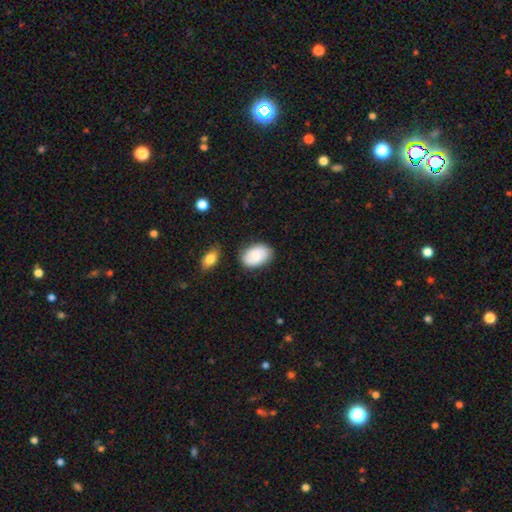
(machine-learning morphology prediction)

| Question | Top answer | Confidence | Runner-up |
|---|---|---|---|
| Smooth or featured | smooth | 74% | featured or disk (19%) |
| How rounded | in between | 87% | round (11%) |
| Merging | none | 77% | minor disturbance (16%) |